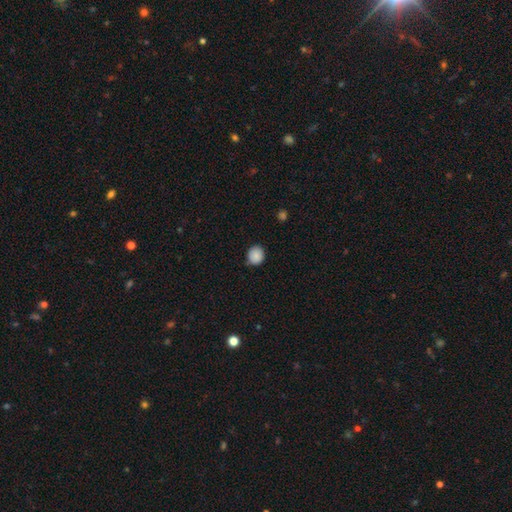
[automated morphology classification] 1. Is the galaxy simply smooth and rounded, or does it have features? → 87% smooth, 9% star or artifact, 5% featured or disk.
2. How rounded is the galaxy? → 82% round, 17% in between, 1% cigar-shaped.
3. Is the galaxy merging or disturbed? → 83% none, 14% minor disturbance, 2% major disturbance, 1% merger.